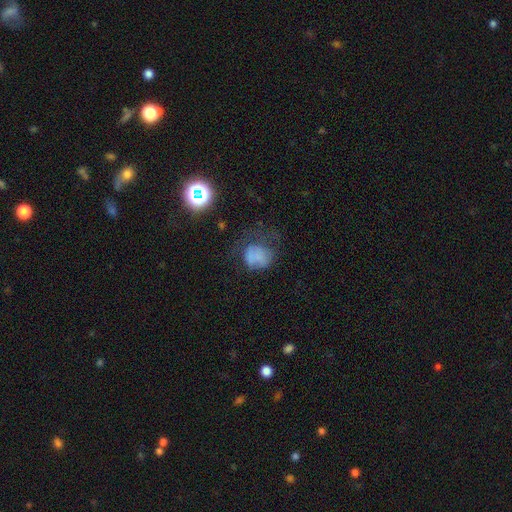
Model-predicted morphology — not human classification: Smooth or featured?
  - smooth: 65% *
  - featured or disk: 20%
  - star or artifact: 14%
How rounded?
  - round: 66% *
  - in between: 33%
  - cigar-shaped: 1%
Merging?
  - none: 36% *
  - major disturbance: 34%
  - minor disturbance: 26%
  - merger: 5%